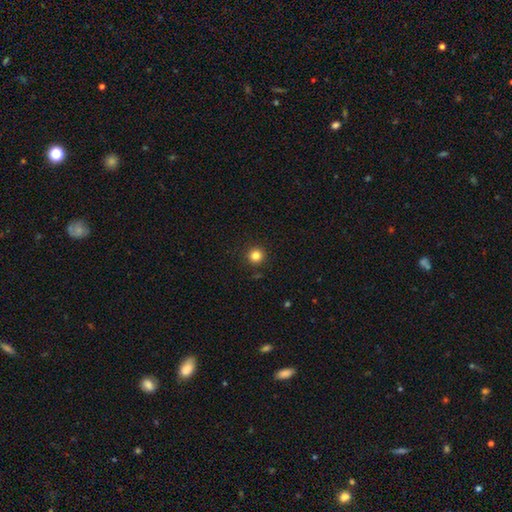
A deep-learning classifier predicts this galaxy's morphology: Overall: smooth (82%). How rounded: round (96%). Merging: none (92%).